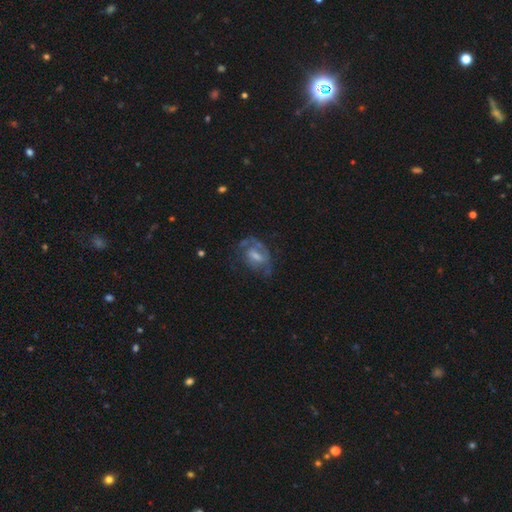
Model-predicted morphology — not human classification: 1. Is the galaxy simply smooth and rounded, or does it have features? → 66% featured or disk, 26% smooth, 8% star or artifact.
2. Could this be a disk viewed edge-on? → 96% no, 4% yes.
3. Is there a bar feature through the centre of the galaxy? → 50% weak, 34% no, 16% strong.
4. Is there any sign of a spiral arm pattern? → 74% yes, 26% no.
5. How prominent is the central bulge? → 42% moderate, 34% small, 14% none, 8% large, 1% dominant.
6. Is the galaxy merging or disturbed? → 48% none, 25% minor disturbance, 24% major disturbance, 3% merger.